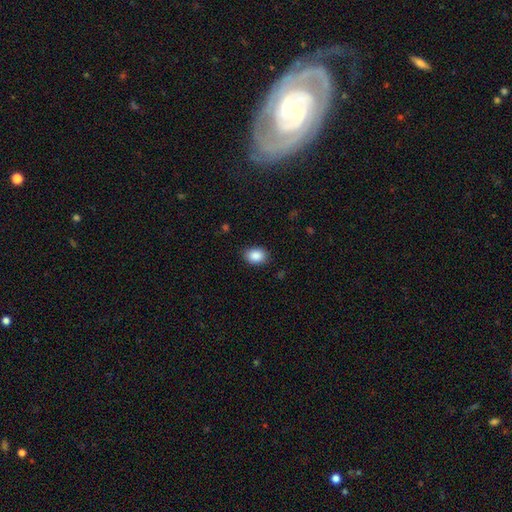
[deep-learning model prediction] smooth-or-featured: smooth: 88% | star or artifact: 8% | featured or disk: 4%
  how-rounded: in between: 70% | round: 29% | cigar-shaped: 1%
  merging: none: 86% | minor disturbance: 10% | major disturbance: 3% | merger: 1%